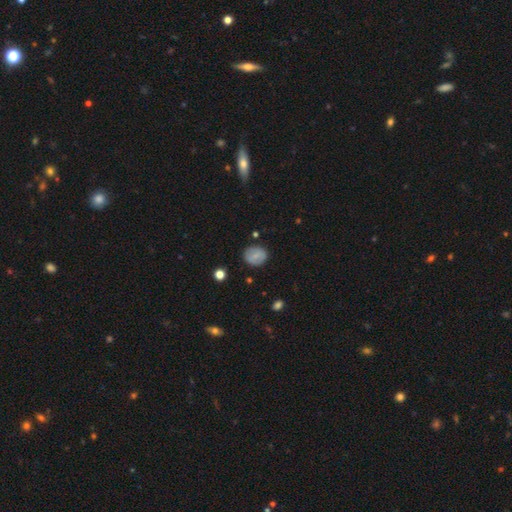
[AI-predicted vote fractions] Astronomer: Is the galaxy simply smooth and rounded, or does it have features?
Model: smooth — 73%.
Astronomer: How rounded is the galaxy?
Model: round — 69%.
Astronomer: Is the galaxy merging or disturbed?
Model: none — 84%.